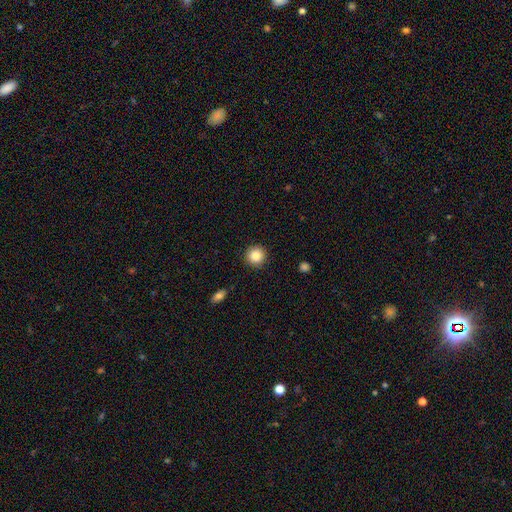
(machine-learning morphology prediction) This appears to be a smooth galaxy with no disk features (87%) that is round (95%). Merging: none (91%).